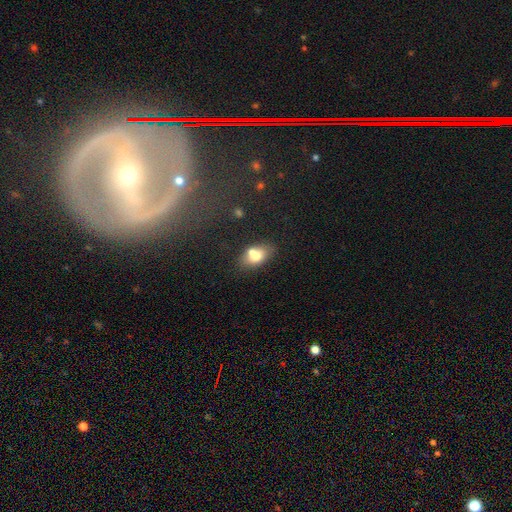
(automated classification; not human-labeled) Smooth or featured?
  - smooth: 70% *
  - featured or disk: 20%
  - star or artifact: 9%
How rounded?
  - in between: 84% *
  - round: 14%
  - cigar-shaped: 3%
Merging?
  - none: 45% *
  - merger: 34%
  - minor disturbance: 16%
  - major disturbance: 5%